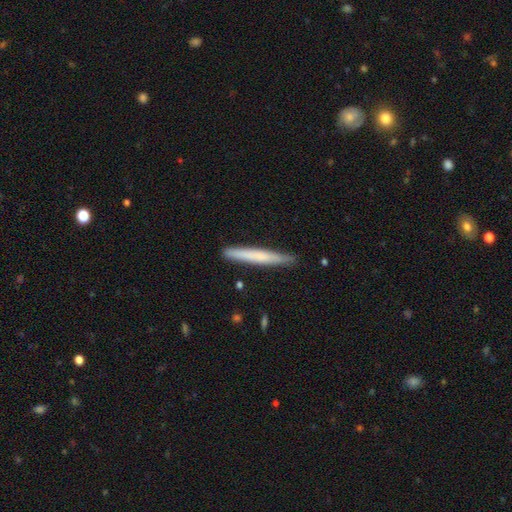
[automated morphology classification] This is likely a smooth galaxy (63%). How rounded: clearly cigar-shaped (96%). Merging: clearly none (85%).